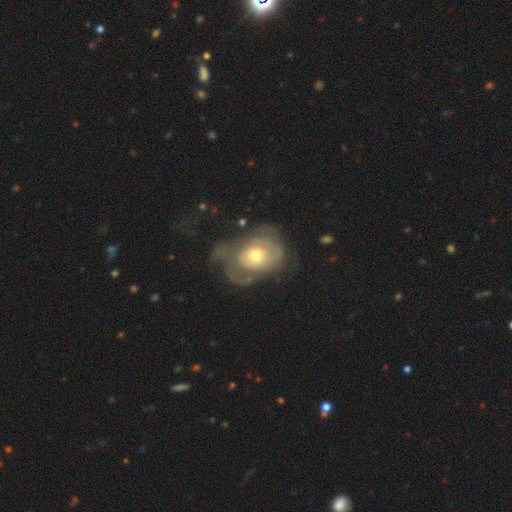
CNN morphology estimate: A featured or disk galaxy (58%) with no bar (83%), spiral arms (52%) and a moderate central bulge (65%). Merging: major disturbance (42%).